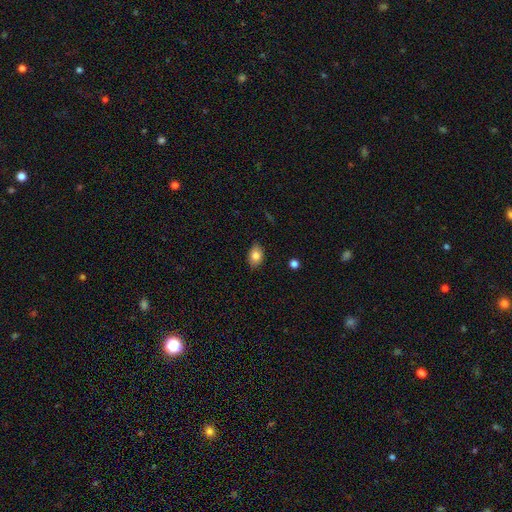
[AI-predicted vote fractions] A smooth galaxy with no disk features (83%) that is in between round and cigar-shaped (82%).

Vote fractions:
- Smooth or featured? smooth: 83% / featured or disk: 9% / star or artifact: 8%
- How rounded? in between: 82% / round: 17% / cigar-shaped: 1%
- Merging? none: 86% / minor disturbance: 11% / major disturbance: 2% / merger: 1%